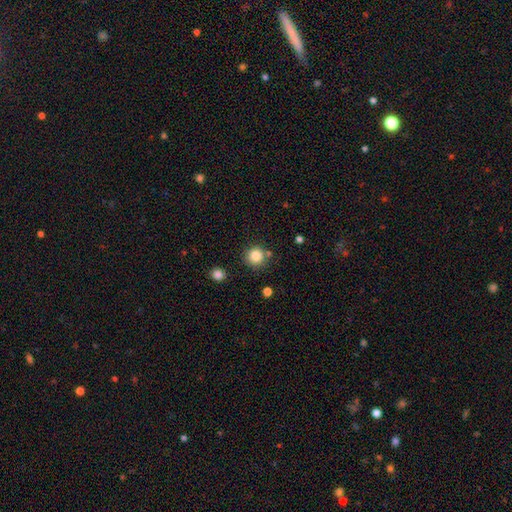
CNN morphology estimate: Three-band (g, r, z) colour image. It shows a smooth galaxy with no disk features (84%) that is round (94%). Merging: none (81%).